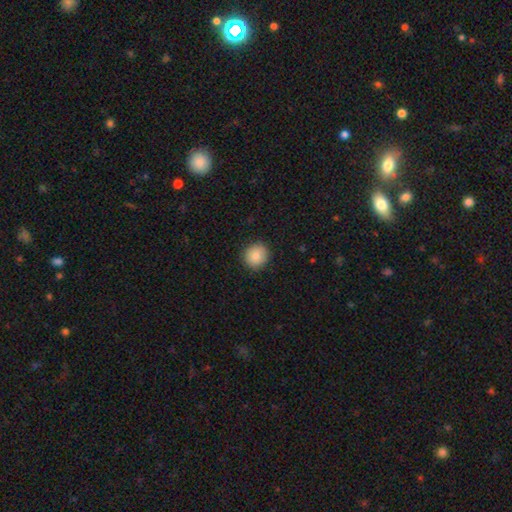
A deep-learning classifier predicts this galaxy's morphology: smooth-or-featured: smooth: 86% | star or artifact: 9% | featured or disk: 6%
  how-rounded: round: 89% | in between: 10% | cigar-shaped: 1%
  merging: none: 89% | minor disturbance: 8% | major disturbance: 2% | merger: 1%